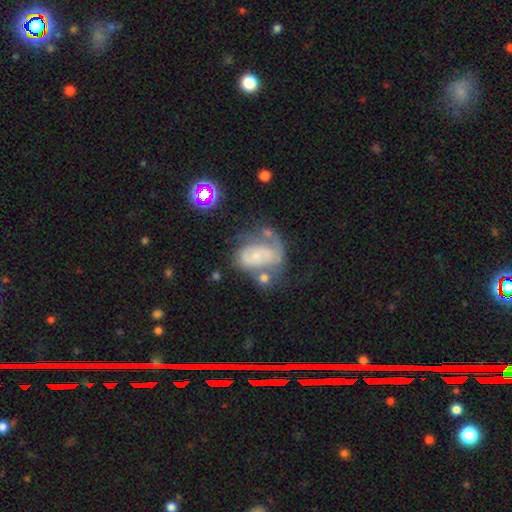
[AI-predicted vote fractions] Smooth or featured: featured or disk — 65% (smooth — 25%)
Edge-on disk: no — 97% (yes — 3%)
Bar: no — 72% (weak — 22%)
Spiral arms: yes — 72% (no — 28%)
Bulge size: small — 67% (moderate — 21%)
Merging: major disturbance — 30% (none — 29%)